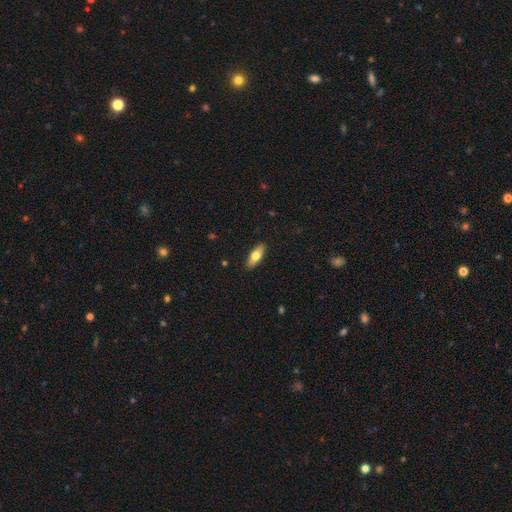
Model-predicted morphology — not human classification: type=smooth (66%); roundness=in between (65%); merging=none (89%).